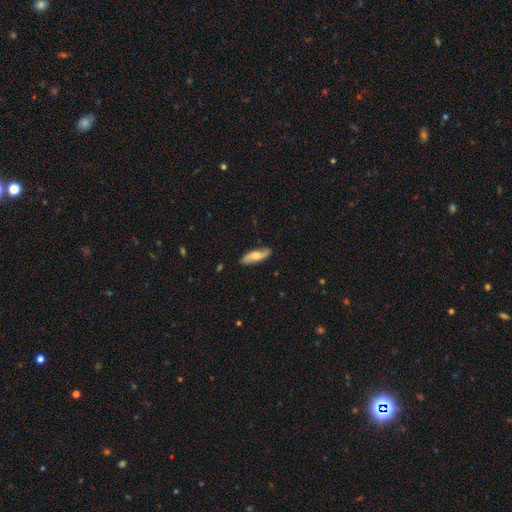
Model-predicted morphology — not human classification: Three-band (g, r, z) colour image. It shows a smooth galaxy with no disk features (51%) that is in between round and cigar-shaped (50%). Merging: none (85%).